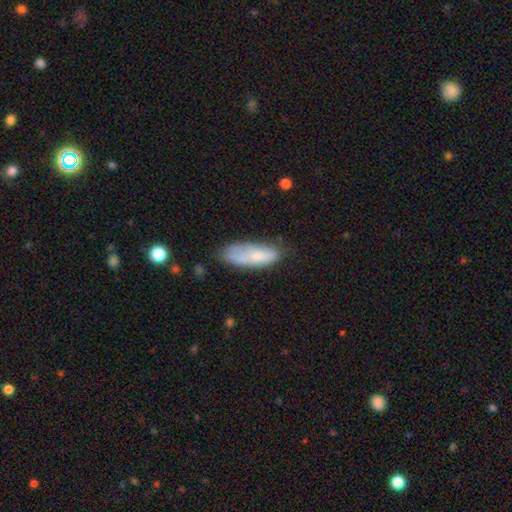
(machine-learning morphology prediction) Smooth or featured? smooth (70%)
How rounded? in between (64%)
Merging? none (54%)